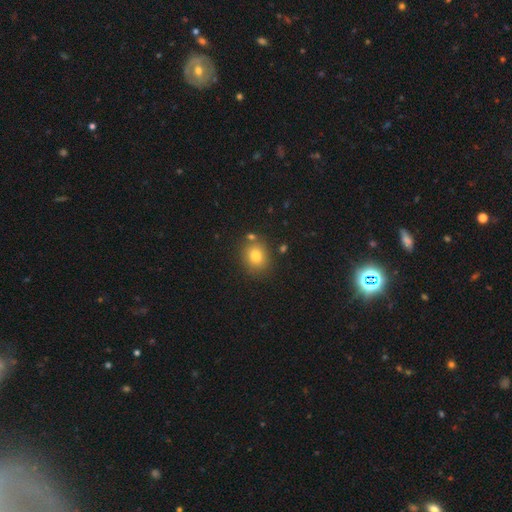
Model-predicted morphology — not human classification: Smooth or featured? Predicted: smooth (p=0.80). How rounded? Predicted: round (p=0.67). Merging? Predicted: none (p=0.78).